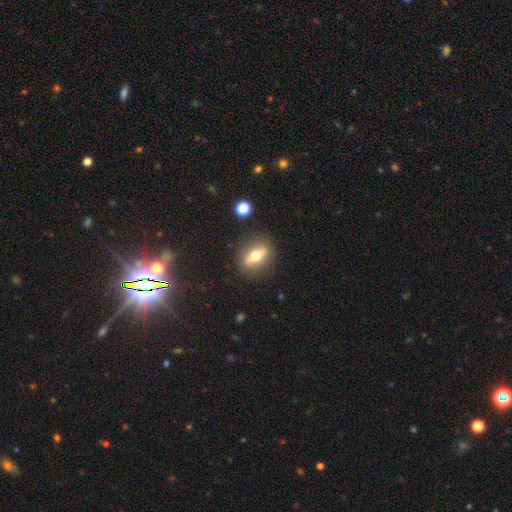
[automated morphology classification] Smooth or featured? smooth (50%)
Merging? none (84%)